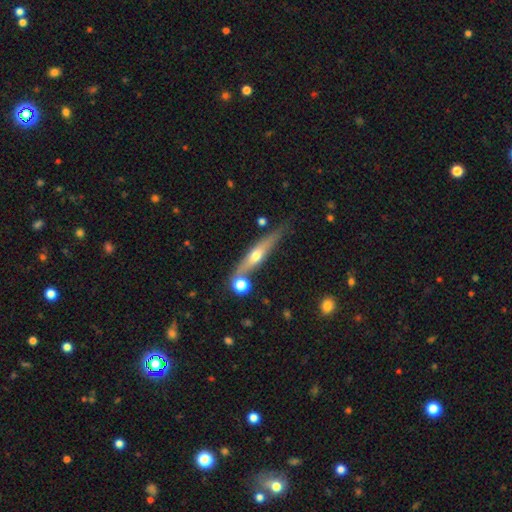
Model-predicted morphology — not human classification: This is possibly a featured or disk galaxy (58%). It is clearly viewed edge-on (90%). Edge-on bulge: clearly rounded (89%). Merging: likely none (70%).